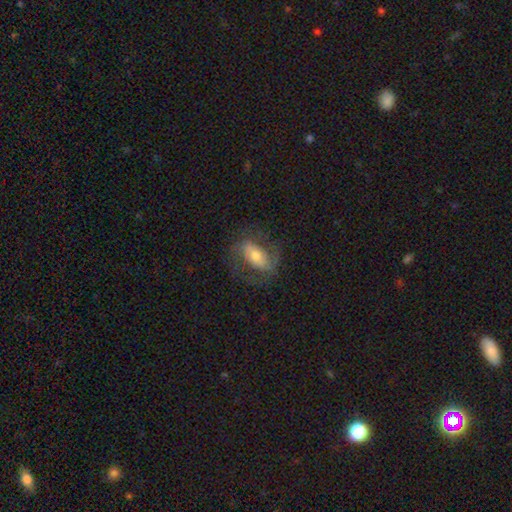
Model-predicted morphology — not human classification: Overall: featured or disk (55%; smooth 37%). Edge-on disk: no (90%). Merging: none (66%).